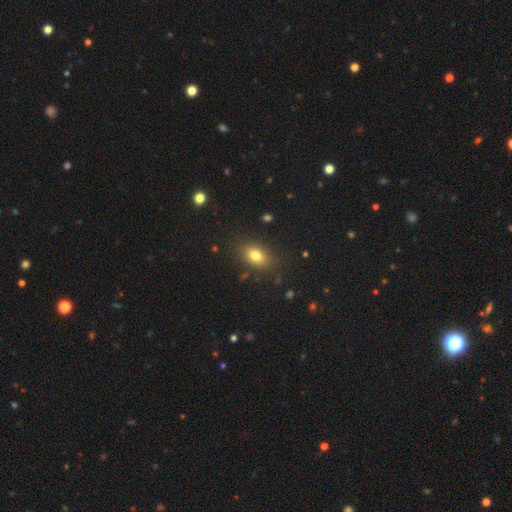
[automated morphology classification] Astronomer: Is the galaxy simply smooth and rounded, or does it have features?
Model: smooth — 78%.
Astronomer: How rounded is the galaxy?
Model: in between — 77%.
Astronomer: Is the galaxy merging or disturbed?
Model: none — 83%.